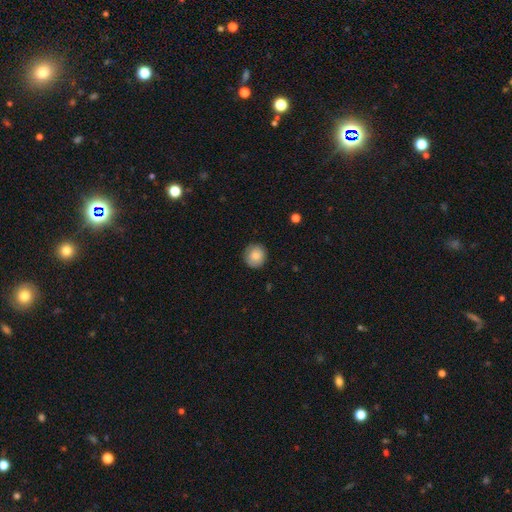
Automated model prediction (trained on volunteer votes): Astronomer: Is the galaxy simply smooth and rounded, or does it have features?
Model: smooth — 85%.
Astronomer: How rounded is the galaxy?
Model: round — 91%.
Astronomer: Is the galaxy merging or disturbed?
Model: none — 87%.